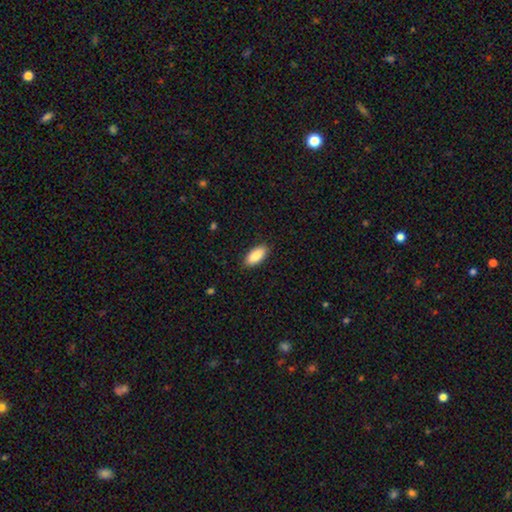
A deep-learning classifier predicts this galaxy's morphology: Overall: smooth (89%). How rounded: in between (89%). Merging: none (88%).